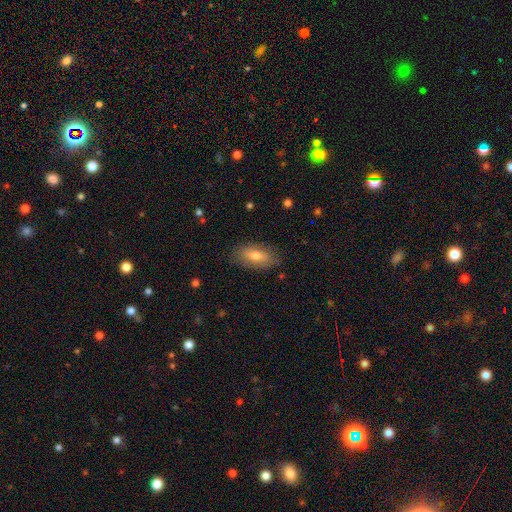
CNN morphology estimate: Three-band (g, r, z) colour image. It shows a smooth galaxy with no disk features (67%) that is in between round and cigar-shaped (86%). Merging: none (83%).